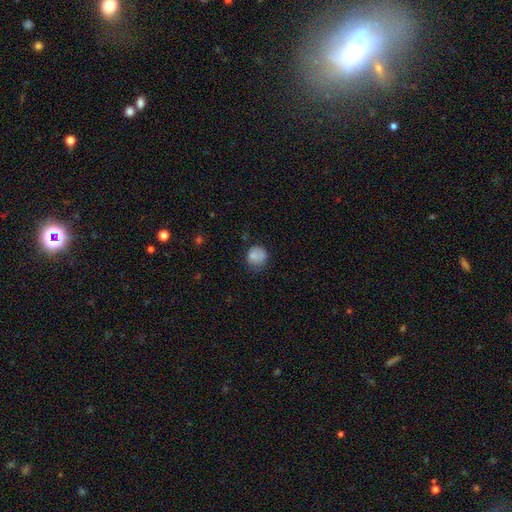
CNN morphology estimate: Q: Smooth or featured?
A: smooth (81%); runner-up: featured or disk (9%)
Q: How rounded?
A: round (83%); runner-up: in between (16%)
Q: Merging?
A: none (57%); runner-up: minor disturbance (30%)